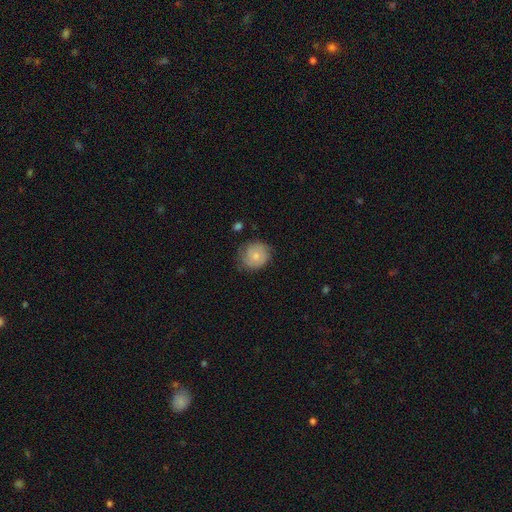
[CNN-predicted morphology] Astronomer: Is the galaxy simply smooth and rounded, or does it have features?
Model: smooth — 57% (runner-up: featured or disk, 36%).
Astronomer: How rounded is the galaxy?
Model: round — 78%.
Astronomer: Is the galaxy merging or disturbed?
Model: none — 68%.